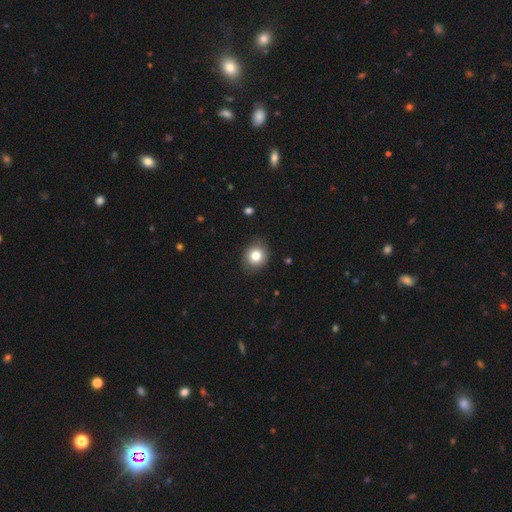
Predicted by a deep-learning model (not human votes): Smooth or featured?
  - smooth: 81% *
  - star or artifact: 10%
  - featured or disk: 9%
How rounded?
  - round: 77% *
  - in between: 22%
  - cigar-shaped: 1%
Merging?
  - none: 84% *
  - minor disturbance: 12%
  - major disturbance: 2%
  - merger: 1%